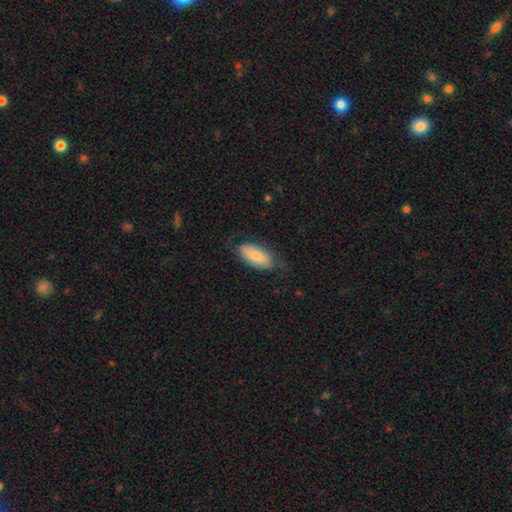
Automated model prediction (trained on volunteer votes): Smooth or featured? Predicted: smooth (p=0.68). How rounded? Predicted: in between (p=0.91). Merging? Predicted: none (p=0.66).